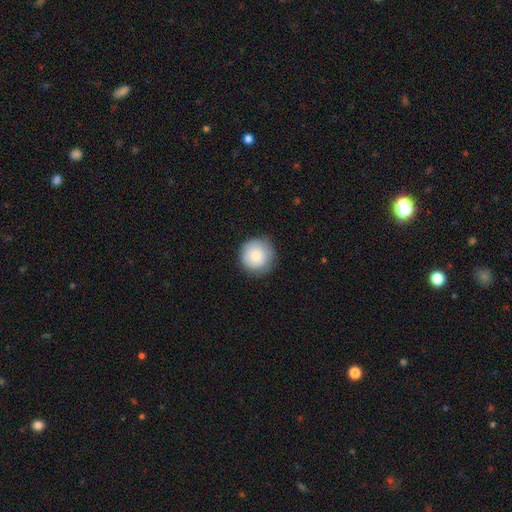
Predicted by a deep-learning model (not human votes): smooth 83%, featured or disk 9%, star or artifact 7%. Down the decision tree: how rounded — round (95%); merging — none (83%).